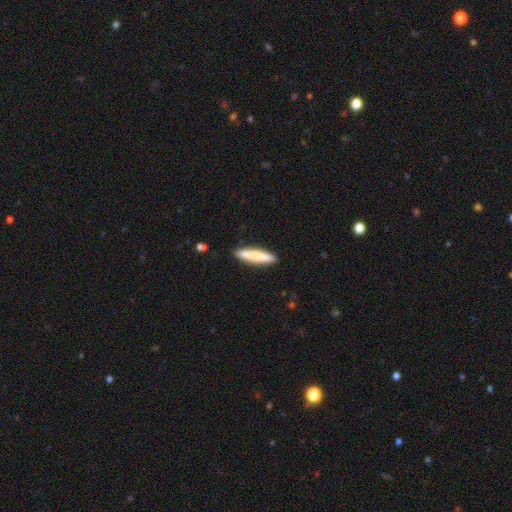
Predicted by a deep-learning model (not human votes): Overall: smooth (80%). How rounded: cigar-shaped (91%). Merging: none (89%).